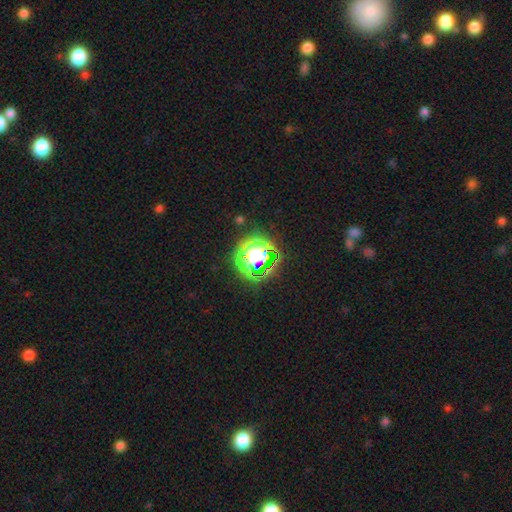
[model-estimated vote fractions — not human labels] smooth_or_featured: star or artifact (p=0.56) [alt: smooth p=0.28]